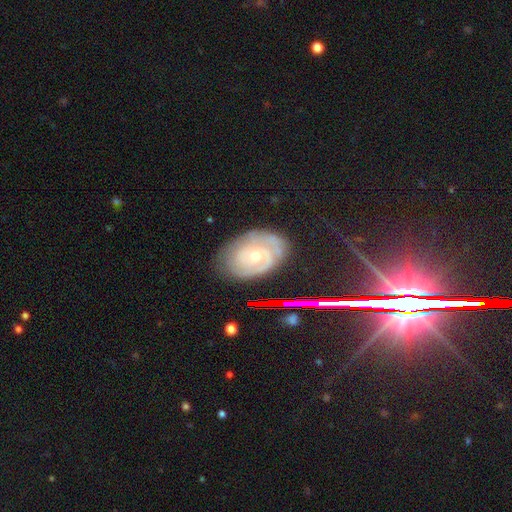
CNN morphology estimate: featured or disk 81%, smooth 12%, star or artifact 7%. Down the decision tree: edge-on disk — no (97%); bar — no (70%); spiral arms — yes (94%); spiral arm count — 2 (43%); spiral winding — tight (72%); bulge size — small (59%); merging — none (73%).